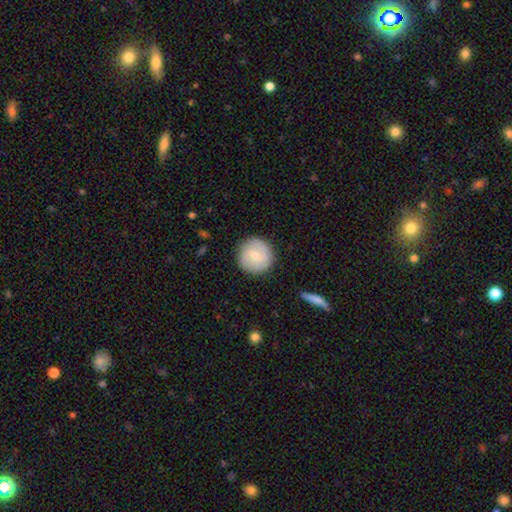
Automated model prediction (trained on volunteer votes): Smooth or featured?
  - smooth: 58% *
  - featured or disk: 36%
  - star or artifact: 6%
How rounded?
  - round: 95% *
  - in between: 4%
  - cigar-shaped: 1%
Merging?
  - none: 88% *
  - minor disturbance: 8%
  - major disturbance: 2%
  - merger: 1%